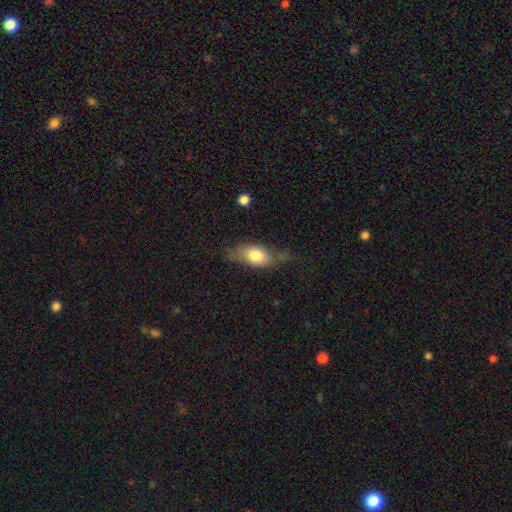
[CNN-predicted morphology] Smooth or featured?
  - smooth: 71% *
  - featured or disk: 22%
  - star or artifact: 7%
How rounded?
  - in between: 82% *
  - cigar-shaped: 10%
  - round: 8%
Merging?
  - none: 47% *
  - minor disturbance: 31%
  - major disturbance: 19%
  - merger: 3%